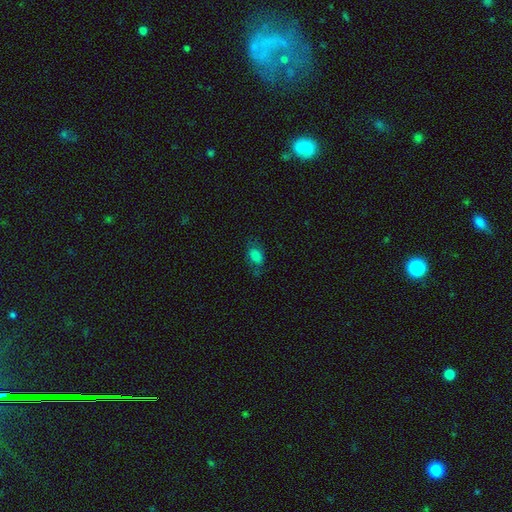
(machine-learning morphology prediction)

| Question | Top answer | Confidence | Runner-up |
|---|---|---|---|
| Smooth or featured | smooth | 77% | star or artifact (13%) |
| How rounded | in between | 82% | round (16%) |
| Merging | none | 60% | minor disturbance (24%) |